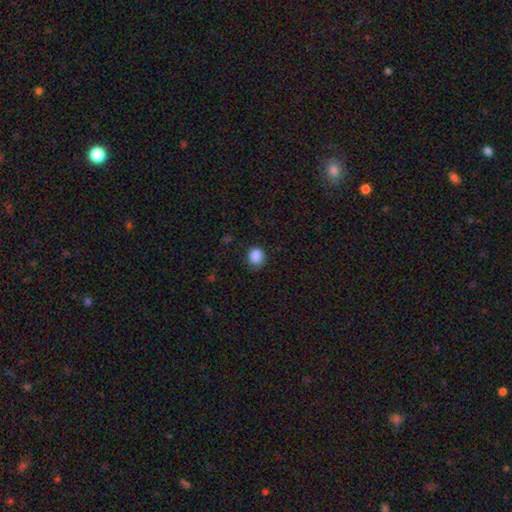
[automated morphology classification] Q: Smooth or featured?
A: smooth (87%); runner-up: star or artifact (10%)
Q: How rounded?
A: round (76%); runner-up: in between (24%)
Q: Merging?
A: none (79%); runner-up: minor disturbance (16%)